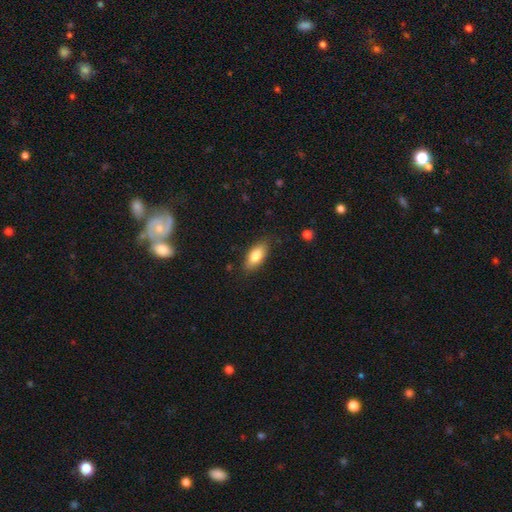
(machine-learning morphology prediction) This appears to be a smooth galaxy with no disk features (82%) that is in between round and cigar-shaped (85%). Merging: none (83%).